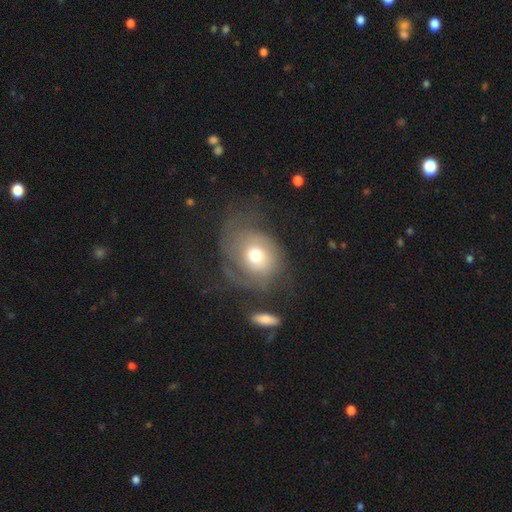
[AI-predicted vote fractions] A smooth galaxy with no disk features (47%).

Vote fractions:
- Smooth or featured? smooth: 47% / featured or disk: 44% / star or artifact: 9%
- Merging? none: 38% / major disturbance: 37% / minor disturbance: 21% / merger: 5%